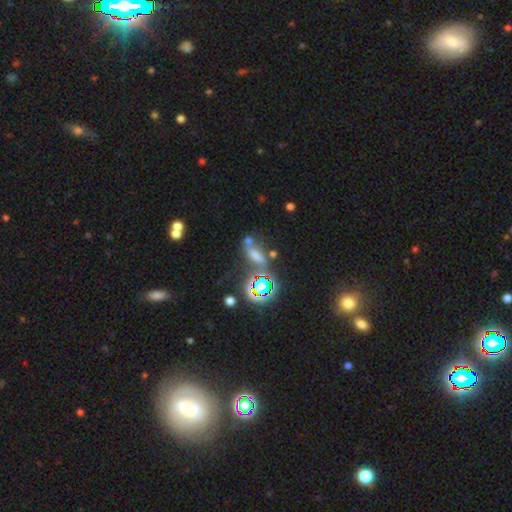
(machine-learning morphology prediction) smooth_or_featured: smooth (p=0.44) [alt: star or artifact p=0.36]
merging: none (p=0.45) [alt: merger p=0.22]